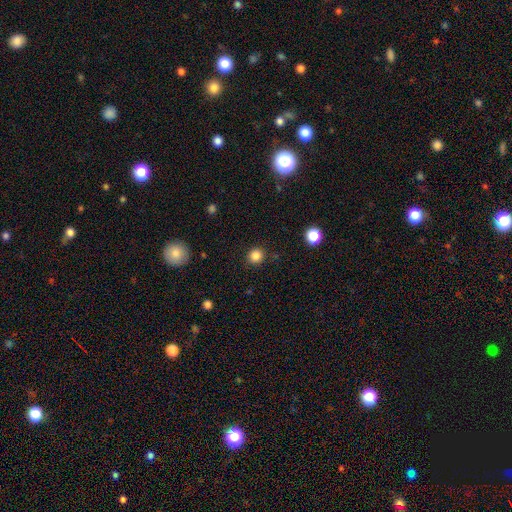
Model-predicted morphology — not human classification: A smooth galaxy with no disk features (85%) that is round (91%). Merging: none (89%).